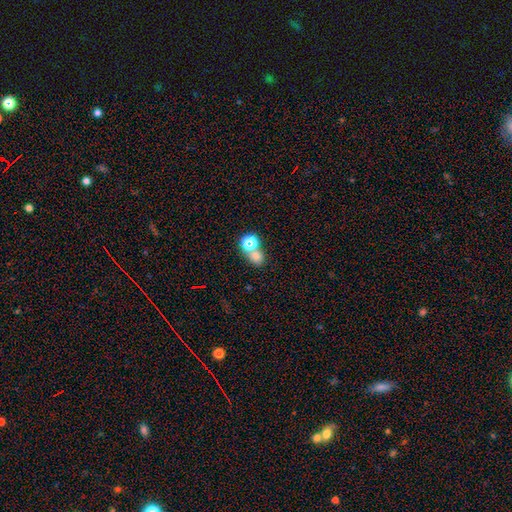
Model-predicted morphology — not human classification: This is likely a smooth galaxy (65%). How rounded: likely round (66%). Merging: possibly none (51%).